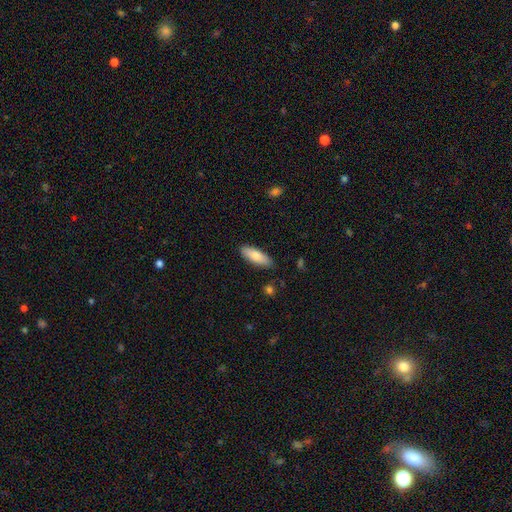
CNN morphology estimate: Smooth or featured: smooth — 79% (featured or disk — 15%)
How rounded: in between — 64% (cigar-shaped — 34%)
Merging: none — 86% (minor disturbance — 10%)